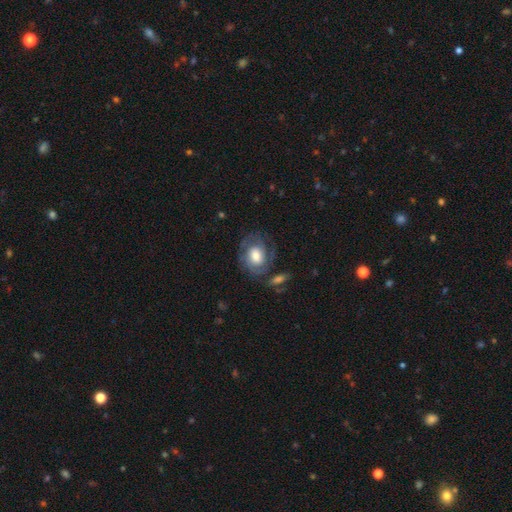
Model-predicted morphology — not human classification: Smooth or featured? Predicted: featured or disk (p=0.60). Edge-on disk? Predicted: no (p=0.96). Bar? Predicted: no (p=0.68). Spiral arms? Predicted: yes (p=0.79). Bulge size? Predicted: moderate (p=0.43). Merging? Predicted: none (p=0.63).